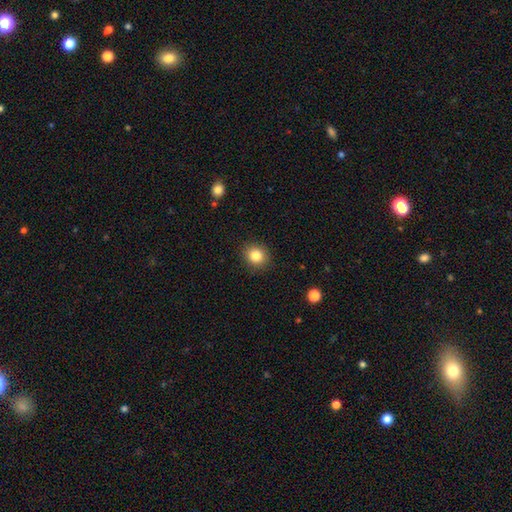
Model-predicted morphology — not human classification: This appears to be a smooth galaxy with no disk features (83%) that is round (81%). Merging: none (90%).